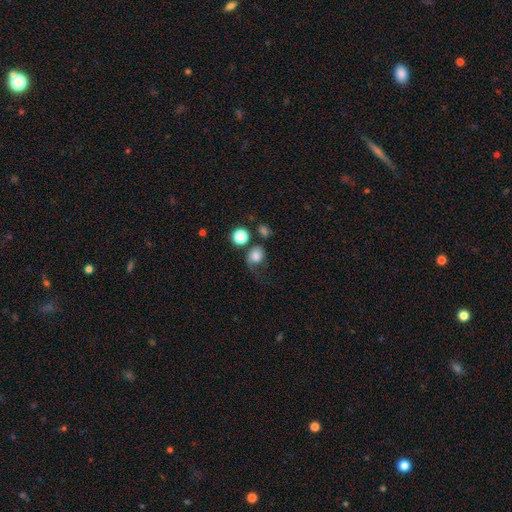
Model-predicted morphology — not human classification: Smooth or featured? smooth (73%)
How rounded? round (70%)
Merging? none (34%)